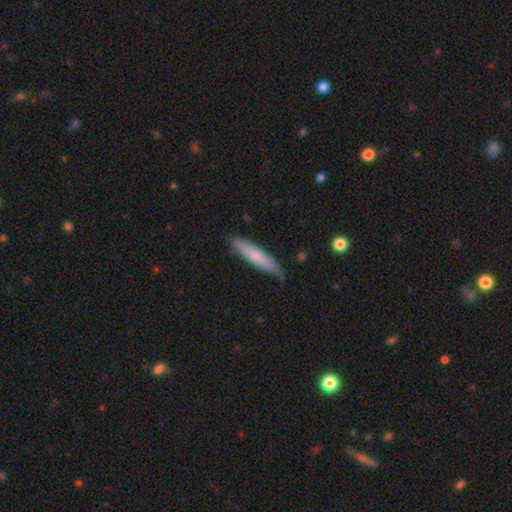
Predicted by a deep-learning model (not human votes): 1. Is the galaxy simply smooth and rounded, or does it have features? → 74% smooth, 21% featured or disk, 5% star or artifact.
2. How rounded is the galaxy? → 89% cigar-shaped, 10% in between, 1% round.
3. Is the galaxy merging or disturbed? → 81% none, 15% minor disturbance, 2% major disturbance, 1% merger.